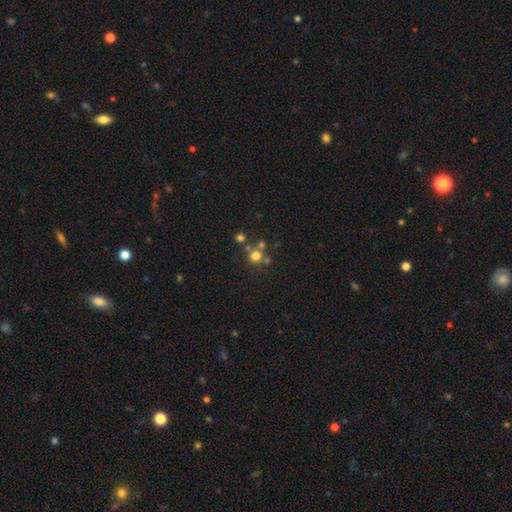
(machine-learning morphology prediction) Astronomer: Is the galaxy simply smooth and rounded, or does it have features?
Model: smooth — 71%.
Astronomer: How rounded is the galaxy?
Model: round — 92%.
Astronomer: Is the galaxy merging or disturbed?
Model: none — 62%.